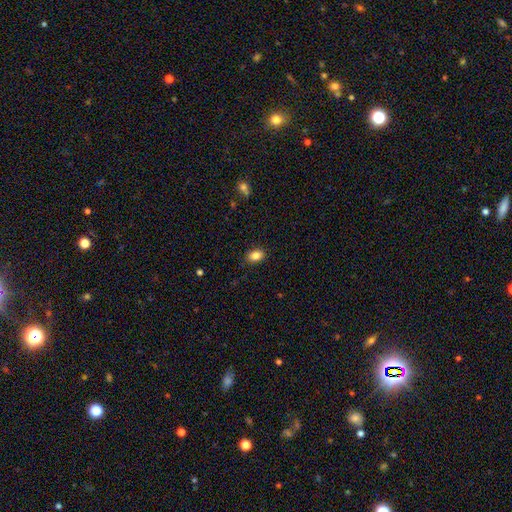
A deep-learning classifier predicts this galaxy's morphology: This appears to be a smooth galaxy with no disk features (84%) that is in between round and cigar-shaped (80%). Merging: none (87%).